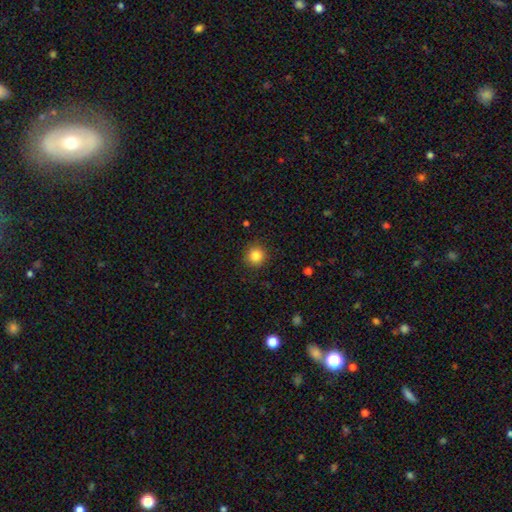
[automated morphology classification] The model was most divided on "smooth or featured": smooth: 84%, star or artifact: 11%, featured or disk: 5%. More confident: how rounded — round (94%); merging — none (91%).